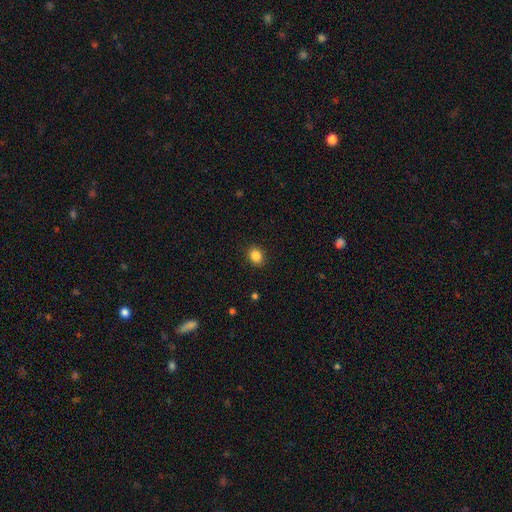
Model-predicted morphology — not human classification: Smooth or featured? Predicted: smooth (p=0.86). How rounded? Predicted: round (p=0.51). Merging? Predicted: none (p=0.90).